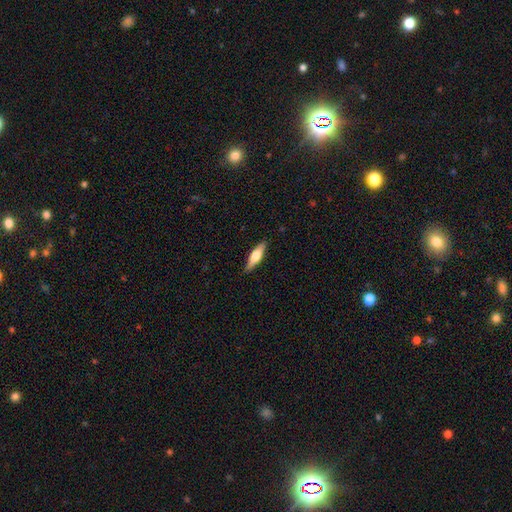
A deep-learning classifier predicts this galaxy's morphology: This is possibly a smooth galaxy (51%). How rounded: likely cigar-shaped (60%). Merging: clearly none (88%).